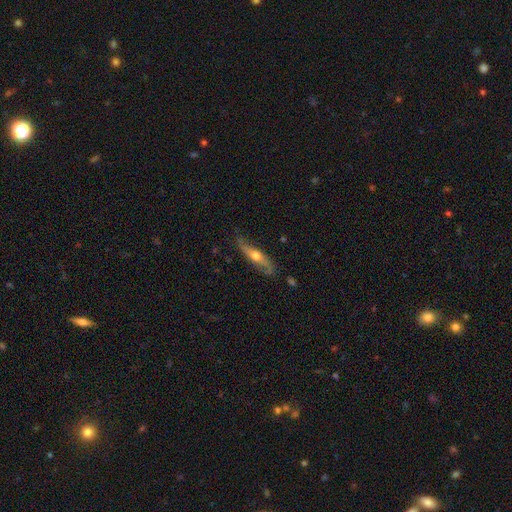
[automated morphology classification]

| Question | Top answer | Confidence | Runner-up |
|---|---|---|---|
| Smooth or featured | featured or disk | 59% | smooth (35%) |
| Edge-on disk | yes | 59% | no (41%) |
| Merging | none | 70% | minor disturbance (23%) |